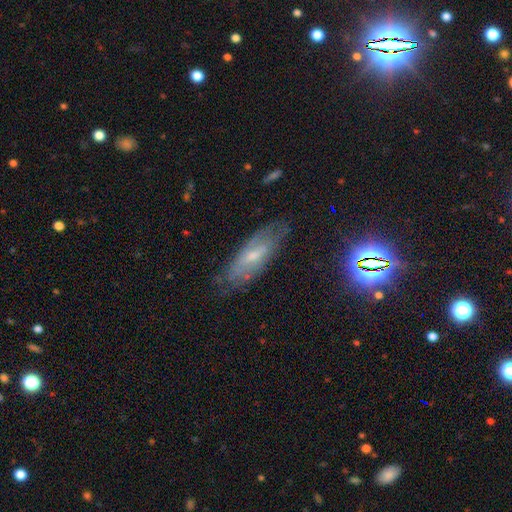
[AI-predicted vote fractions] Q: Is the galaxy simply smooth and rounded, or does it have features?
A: featured or disk — 57%.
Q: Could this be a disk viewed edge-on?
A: no — 73%.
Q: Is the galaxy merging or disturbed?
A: none — 75%.